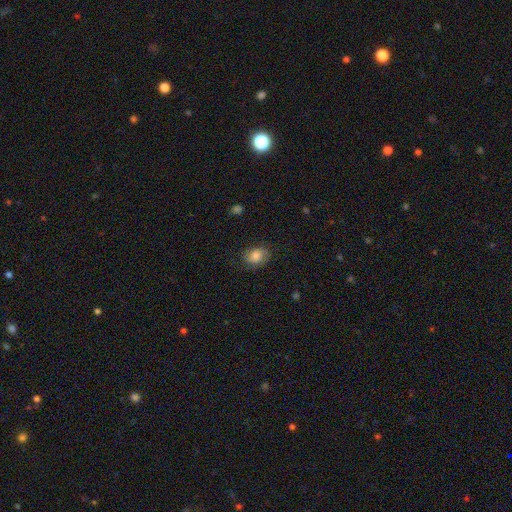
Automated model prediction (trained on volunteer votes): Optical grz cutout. It shows a smooth galaxy with no disk features (81%) that is in between round and cigar-shaped (57%). Merging: none (78%).